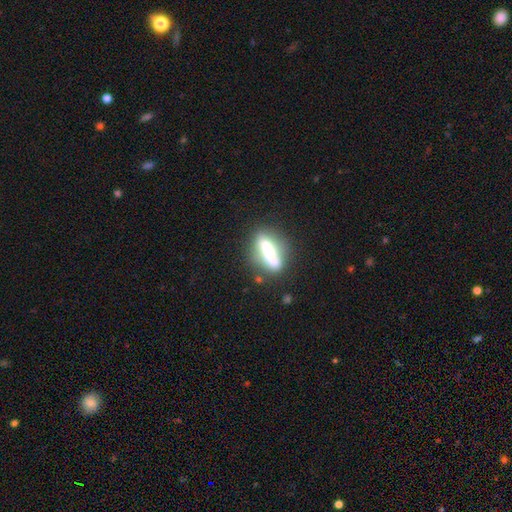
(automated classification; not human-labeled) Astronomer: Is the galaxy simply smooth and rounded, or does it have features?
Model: smooth — 52% (runner-up: featured or disk, 35%).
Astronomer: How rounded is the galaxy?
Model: cigar-shaped — 58% (runner-up: in between, 37%).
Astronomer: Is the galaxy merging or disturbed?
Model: none — 74%.